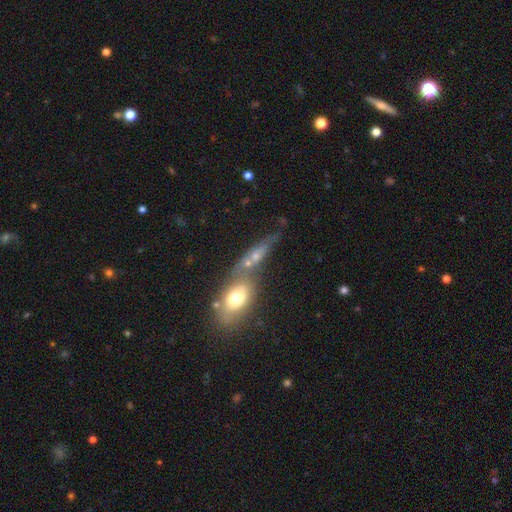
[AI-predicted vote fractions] This is marginally a smooth galaxy (44%). Merging: marginally merger (43%).